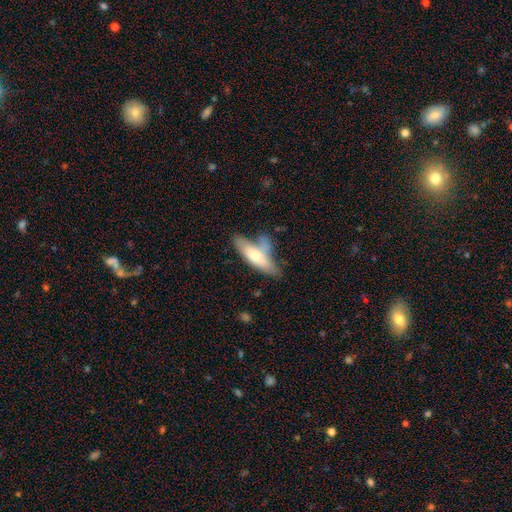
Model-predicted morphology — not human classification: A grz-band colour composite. It shows a smooth galaxy with no disk features (61%) that is in between round and cigar-shaped (50%). Merging: none (39%).